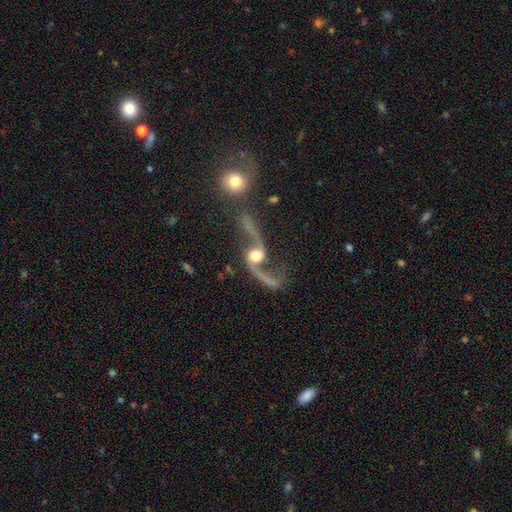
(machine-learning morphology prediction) Q: Smooth or featured?
A: featured or disk (89%); runner-up: star or artifact (6%)
Q: Edge-on disk?
A: no (94%); runner-up: yes (6%)
Q: Bar?
A: no (57%); runner-up: weak (30%)
Q: Spiral arms?
A: yes (97%); runner-up: no (3%)
Q: Spiral winding?
A: loose (92%); runner-up: medium (6%)
Q: Spiral arm count?
A: 2 (94%); runner-up: 1 (2%)
Q: Bulge size?
A: moderate (57%); runner-up: large (21%)
Q: Merging?
A: none (59%); runner-up: major disturbance (15%)